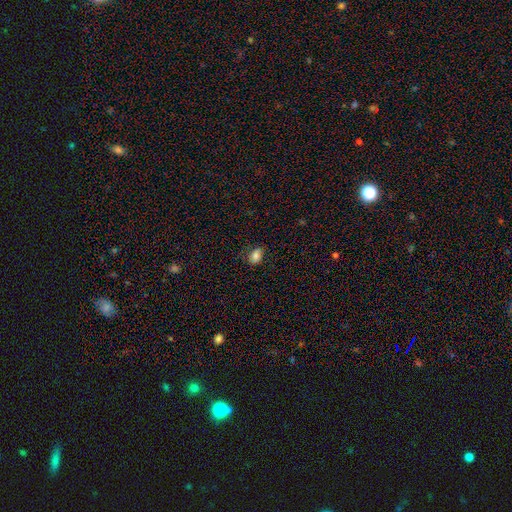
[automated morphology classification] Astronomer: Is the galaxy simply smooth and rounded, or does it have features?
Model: smooth — 80%.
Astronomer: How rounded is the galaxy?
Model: in between — 78%.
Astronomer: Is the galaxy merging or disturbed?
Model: none — 70%.